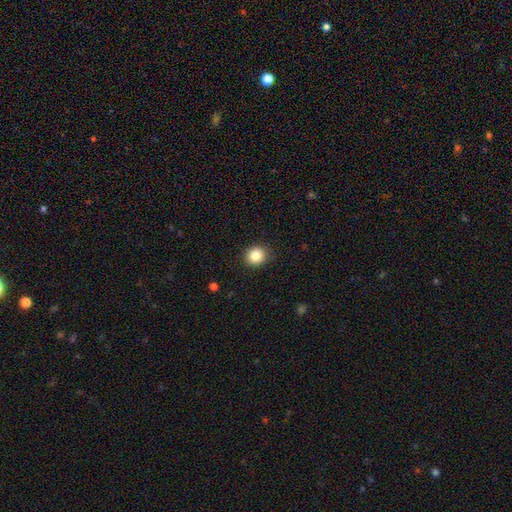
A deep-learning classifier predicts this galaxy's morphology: smooth 85%, star or artifact 10%, featured or disk 5%. Down the decision tree: how rounded — round (81%); merging — none (89%).